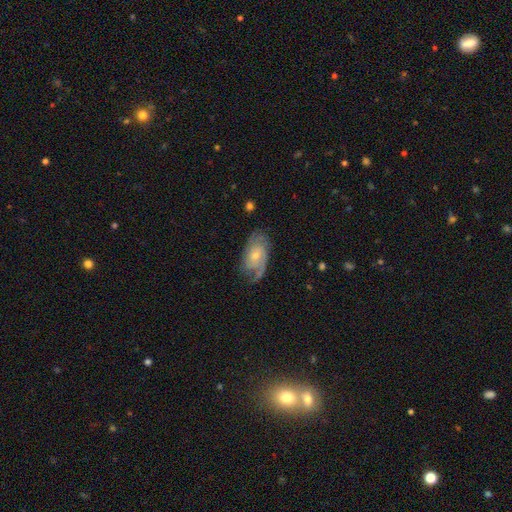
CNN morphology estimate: The model was most divided on "spiral winding": tight: 44%, medium: 38%, loose: 18%. Remaining: edge-on disk — no (95%); spiral arms — yes (92%); smooth or featured — featured or disk (73%); bar — no (69%); merging — none (65%); bulge size — small (56%); spiral arm count — 2 (39%).